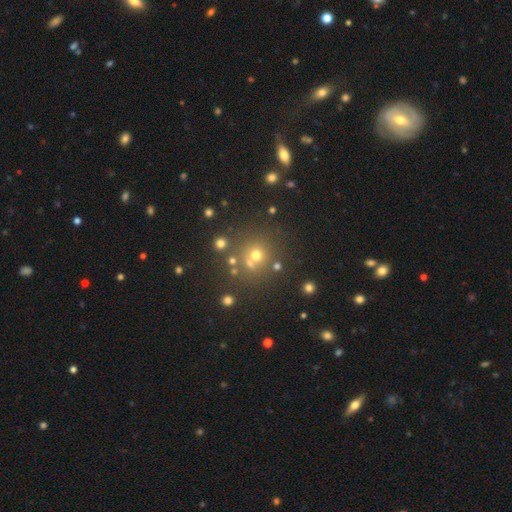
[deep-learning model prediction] This is possibly a smooth galaxy (58%). How rounded: clearly round (90%). Merging: likely none (71%).